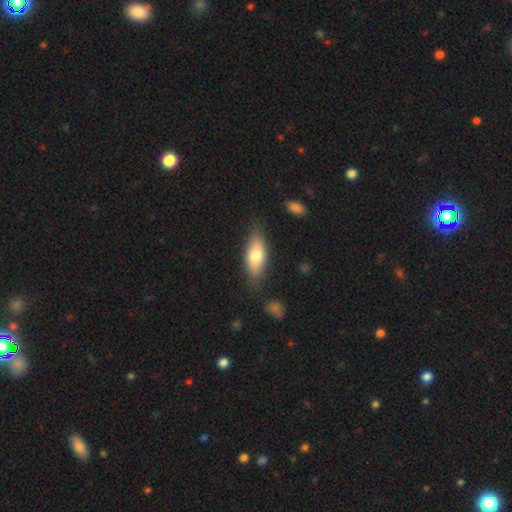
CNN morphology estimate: smooth-or-featured: smooth: 69% | featured or disk: 25% | star or artifact: 6%
  how-rounded: in between: 75% | cigar-shaped: 22% | round: 3%
  merging: none: 76% | minor disturbance: 17% | major disturbance: 4% | merger: 3%